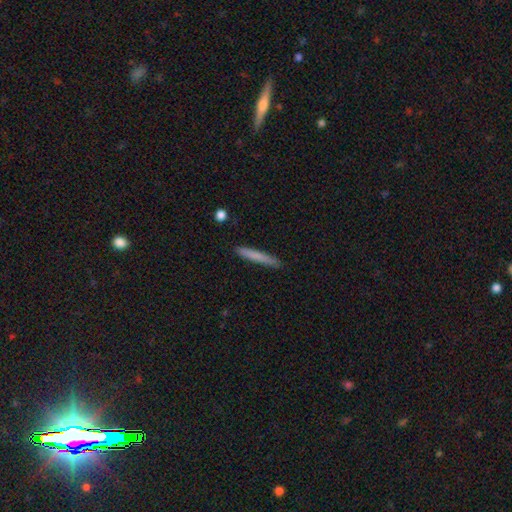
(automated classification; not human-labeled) A smooth galaxy with no disk features (75%) that is cigar-shaped (96%).

Vote fractions:
- Smooth or featured? smooth: 75% / featured or disk: 19% / star or artifact: 6%
- How rounded? cigar-shaped: 96% / in between: 3% / round: 1%
- Merging? none: 89% / minor disturbance: 9% / major disturbance: 2% / merger: 1%